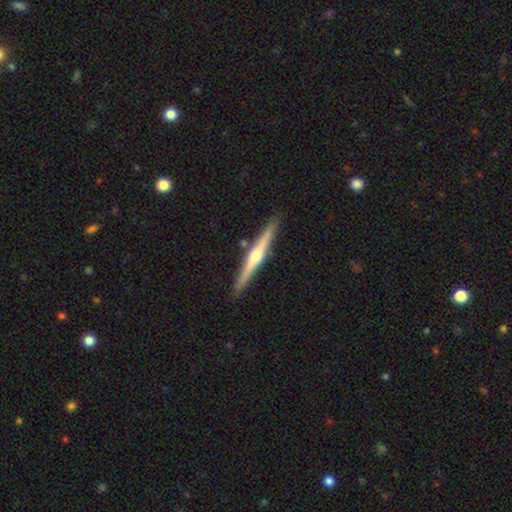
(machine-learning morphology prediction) This appears to be a featured or disk galaxy (72%) viewed edge-on (98%) with a rounded central bulge (85%). Merging: none (89%).